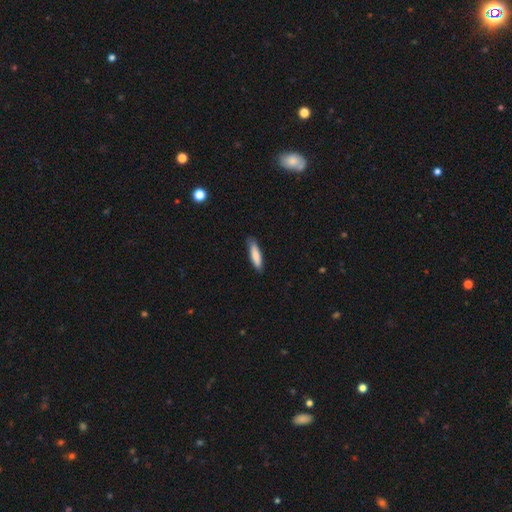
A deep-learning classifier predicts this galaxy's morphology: The model was most divided on "how rounded": cigar-shaped: 74%, in between: 25%, round: 1%. More confident: merging — none (83%); smooth or featured — smooth (83%).